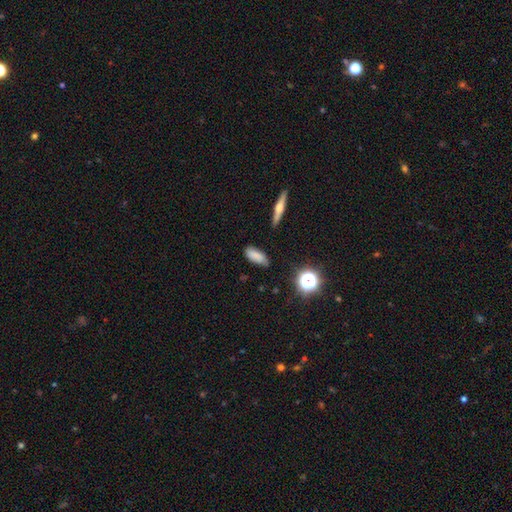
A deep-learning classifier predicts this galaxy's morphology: Smooth or featured?
  - smooth: 79% *
  - star or artifact: 11%
  - featured or disk: 11%
How rounded?
  - in between: 78% *
  - cigar-shaped: 18%
  - round: 4%
Merging?
  - none: 74% *
  - minor disturbance: 20%
  - major disturbance: 4%
  - merger: 2%